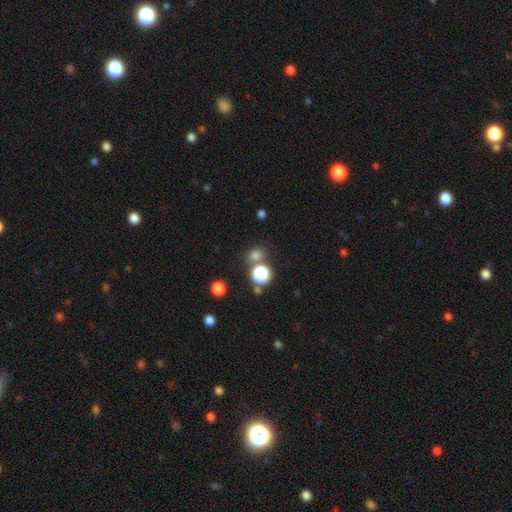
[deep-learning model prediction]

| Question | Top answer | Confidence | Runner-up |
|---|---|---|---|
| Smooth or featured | smooth | 71% | star or artifact (23%) |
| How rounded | round | 74% | in between (25%) |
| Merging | none | 71% | merger (16%) |